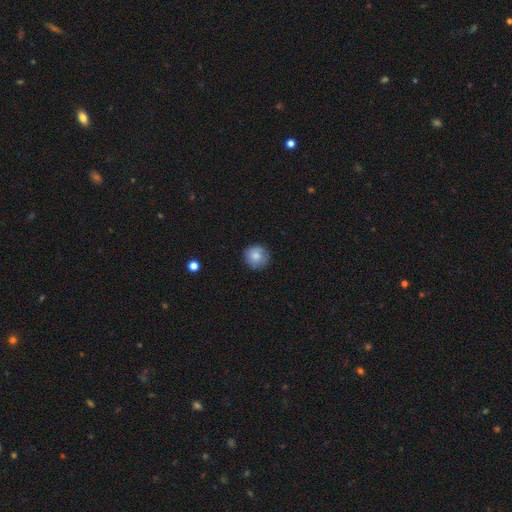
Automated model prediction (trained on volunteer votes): A smooth galaxy with no disk features (82%) that is round (94%). Merging: none (86%).